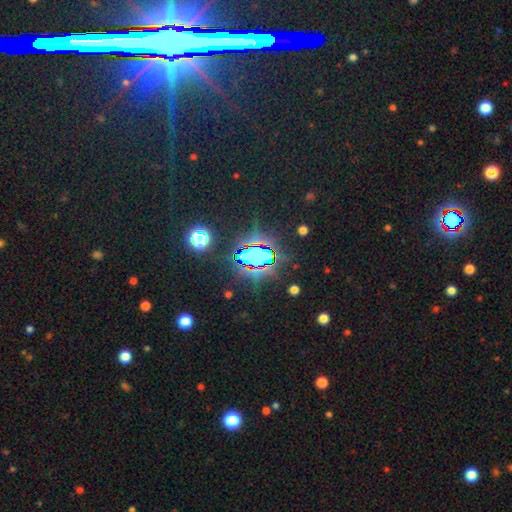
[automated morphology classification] A star or artifact, not a galaxy (72%).